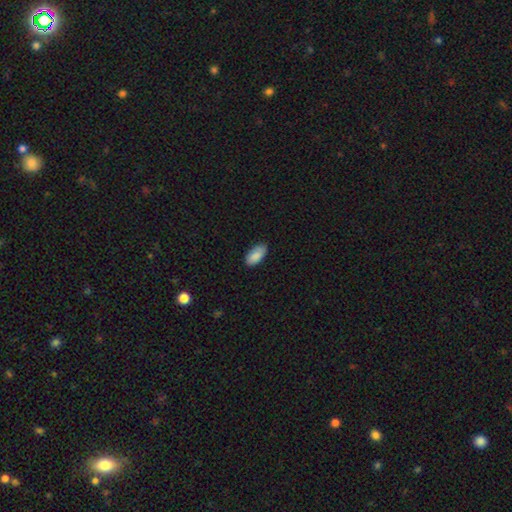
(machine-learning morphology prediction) smooth-or-featured: smooth: 89% | star or artifact: 6% | featured or disk: 5%
  how-rounded: in between: 93% | cigar-shaped: 5% | round: 2%
  merging: none: 82% | minor disturbance: 15% | major disturbance: 2% | merger: 1%